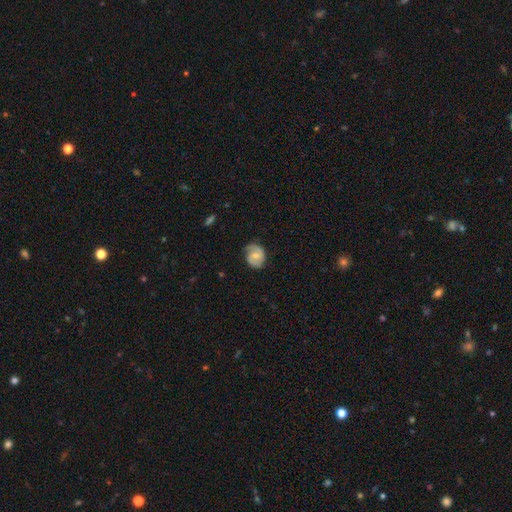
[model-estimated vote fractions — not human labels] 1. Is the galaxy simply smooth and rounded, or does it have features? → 64% featured or disk, 30% smooth, 6% star or artifact.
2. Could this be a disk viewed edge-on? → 97% no, 3% yes.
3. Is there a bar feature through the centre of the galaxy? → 45% no (tied), 45% weak (tied), 10% strong.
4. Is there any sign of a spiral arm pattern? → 90% yes, 10% no.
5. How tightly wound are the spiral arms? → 46% medium, 34% tight, 21% loose.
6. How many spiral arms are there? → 80% 2, 9% can't tell, 8% 1, 2% 3, 1% 4, 1% more than 4.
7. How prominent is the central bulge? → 48% moderate, 45% small, 4% none, 2% large, 1% dominant.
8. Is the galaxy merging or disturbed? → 71% none, 22% minor disturbance, 6% major disturbance, 1% merger.